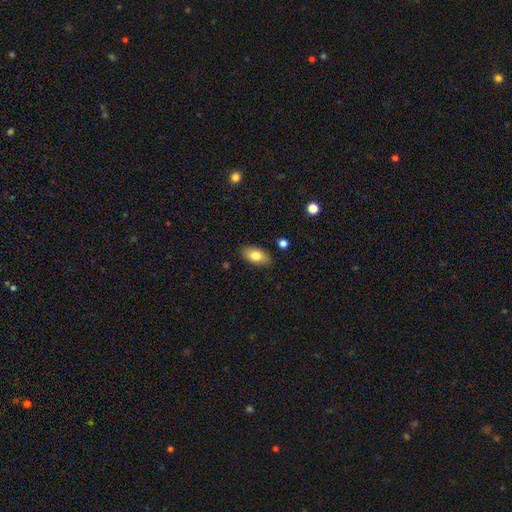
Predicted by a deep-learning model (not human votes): The model was most divided on "smooth or featured": smooth: 77%, featured or disk: 15%, star or artifact: 7%. More confident: how rounded — in between (90%); merging — none (86%).